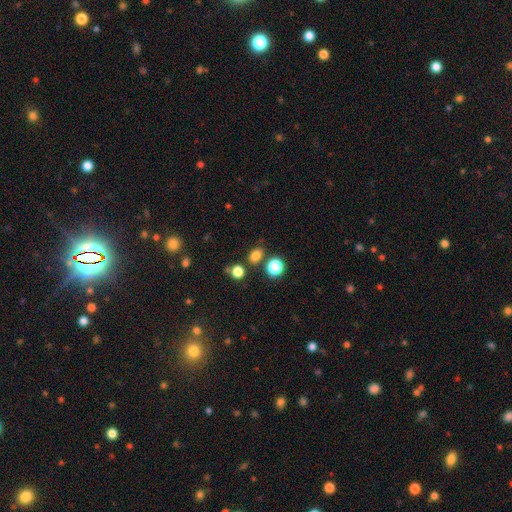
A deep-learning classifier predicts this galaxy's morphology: The model was most divided on "how rounded": in between: 51%, round: 48%, cigar-shaped: 1%. More confident: smooth or featured — smooth (77%); merging — none (76%).